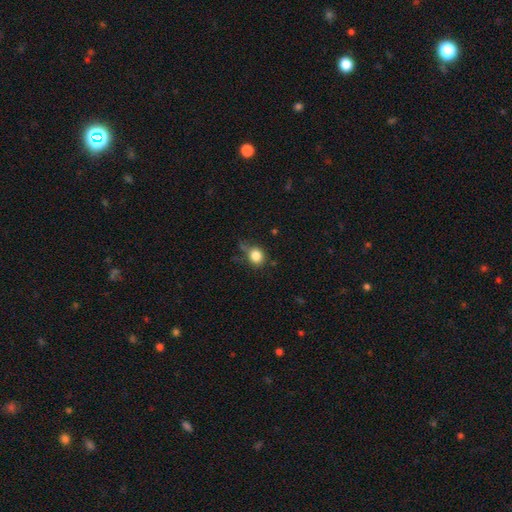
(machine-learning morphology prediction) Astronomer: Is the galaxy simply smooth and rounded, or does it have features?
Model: smooth — 83%.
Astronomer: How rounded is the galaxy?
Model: round — 79%.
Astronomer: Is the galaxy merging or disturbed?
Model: none — 61%.